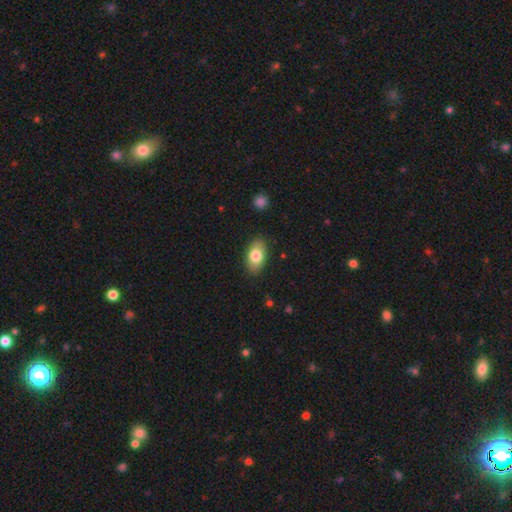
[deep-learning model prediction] Q: Smooth or featured?
A: smooth (79%); runner-up: featured or disk (14%)
Q: How rounded?
A: in between (91%); runner-up: round (7%)
Q: Merging?
A: none (86%); runner-up: minor disturbance (10%)